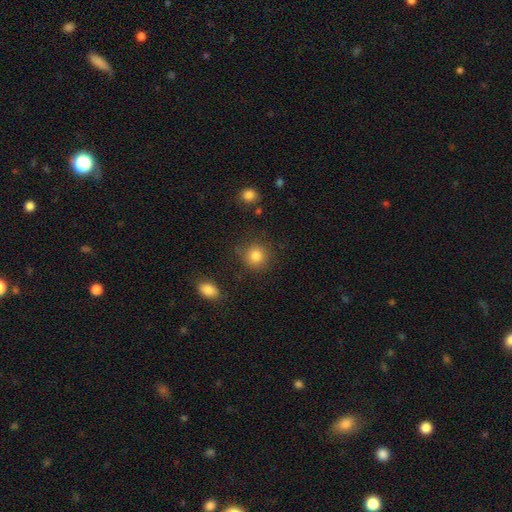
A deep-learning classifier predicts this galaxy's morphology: smooth-or-featured: smooth: 83% | star or artifact: 10% | featured or disk: 6%
  how-rounded: round: 89% | in between: 10% | cigar-shaped: 1%
  merging: none: 81% | minor disturbance: 11% | major disturbance: 4% | merger: 3%